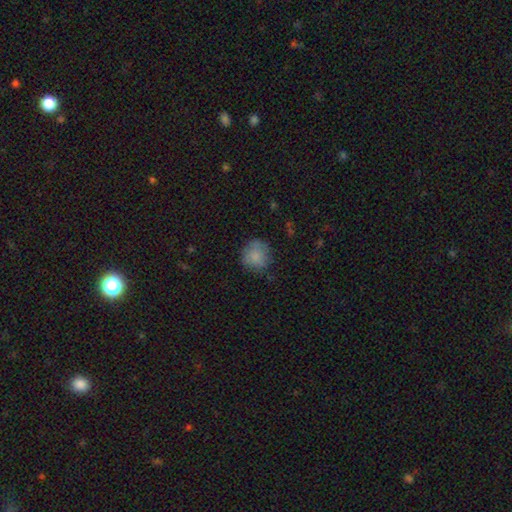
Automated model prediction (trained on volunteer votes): smooth 82%, featured or disk 9%, star or artifact 9%. Down the decision tree: how rounded — round (88%); merging — none (72%).